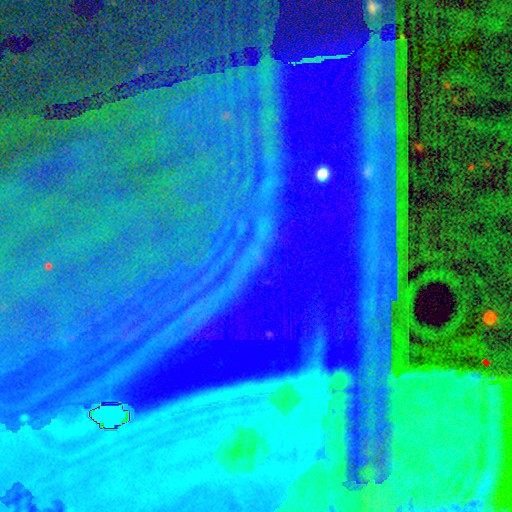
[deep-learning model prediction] Morphology: type=star or artifact (88%).